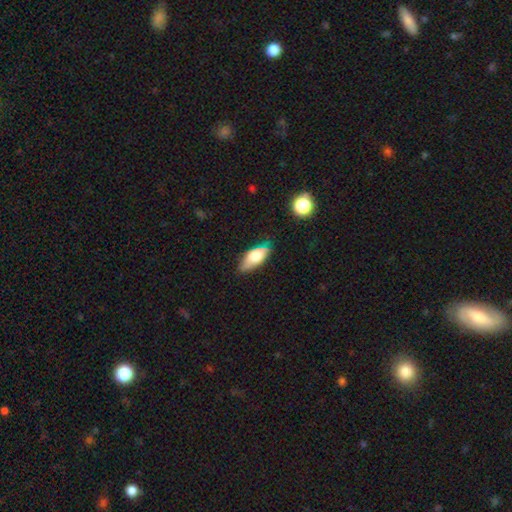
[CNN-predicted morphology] smooth-or-featured: smooth: 67% | featured or disk: 25% | star or artifact: 8%
  how-rounded: in between: 82% | cigar-shaped: 14% | round: 4%
  merging: none: 70% | minor disturbance: 23% | major disturbance: 5% | merger: 2%